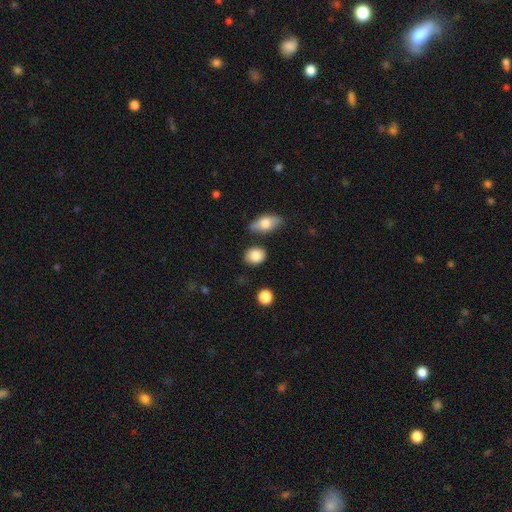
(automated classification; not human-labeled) A smooth galaxy with no disk features (85%) that is in between round and cigar-shaped (54%).

Vote fractions:
- Smooth or featured? smooth: 85% / star or artifact: 8% / featured or disk: 7%
- How rounded? in between: 54% / round: 44% / cigar-shaped: 2%
- Merging? none: 80% / minor disturbance: 12% / merger: 5% / major disturbance: 3%